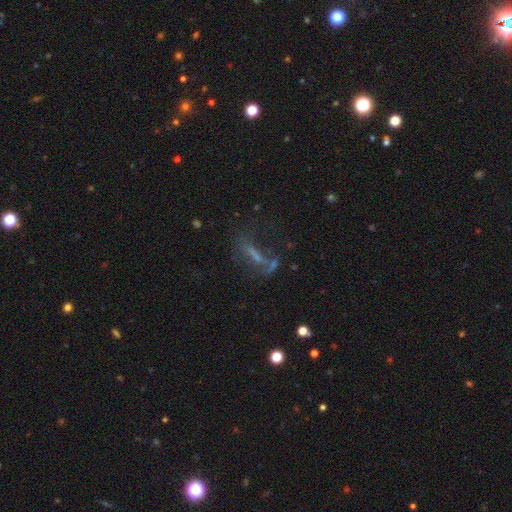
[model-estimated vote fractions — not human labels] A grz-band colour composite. It shows a featured or disk galaxy (45%). Merging: none (41%).